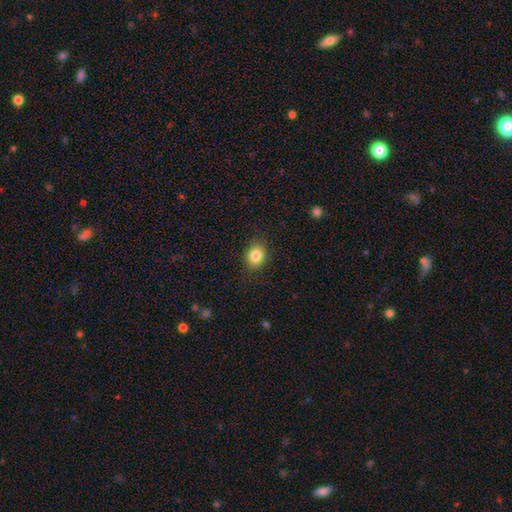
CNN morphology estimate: Smooth or featured: smooth — 84% (star or artifact — 10%)
How rounded: round — 51% (in between — 48%)
Merging: none — 88% (minor disturbance — 9%)